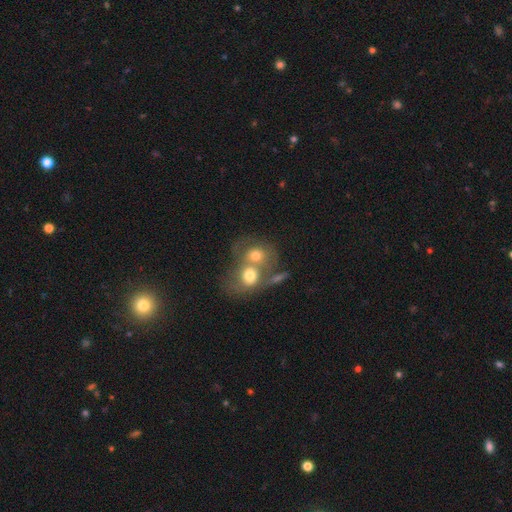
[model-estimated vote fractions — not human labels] The model was most divided on "how rounded": round: 59%, in between: 40%, cigar-shaped: 1%. More confident: merging — merger (69%); smooth or featured — smooth (57%).